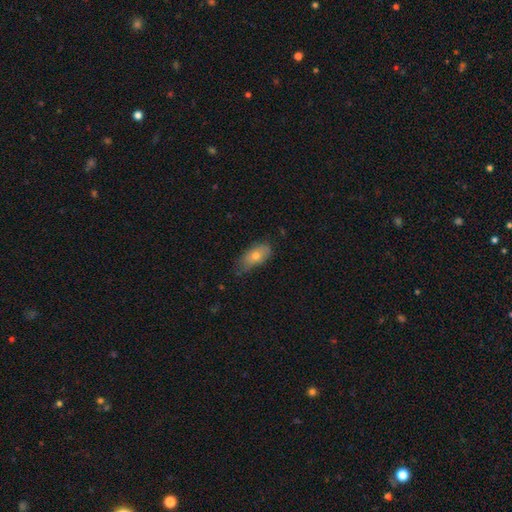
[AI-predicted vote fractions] This is likely a smooth galaxy (67%). How rounded: clearly in between (83%). Merging: possibly none (55%).